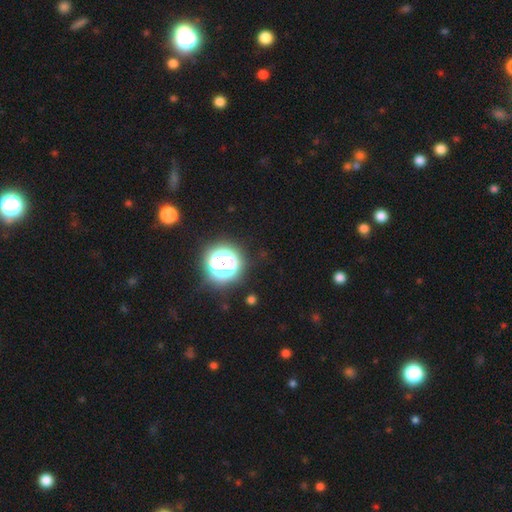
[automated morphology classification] This is likely a star or artifact rather than a galaxy (76%).